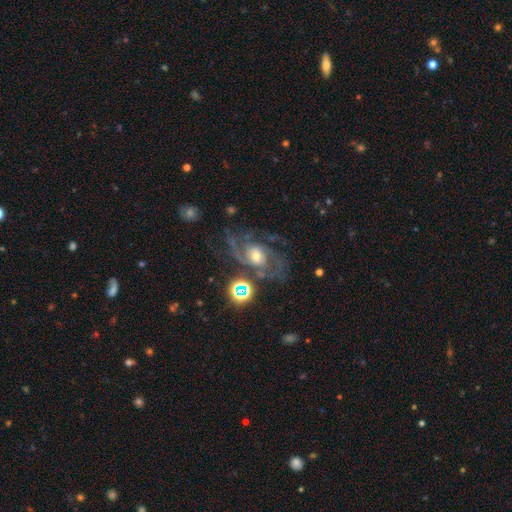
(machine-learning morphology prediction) Smooth or featured?
  - featured or disk: 83% *
  - star or artifact: 10%
  - smooth: 8%
Edge-on disk?
  - no: 97% *
  - yes: 3%
Bar?
  - no: 63% *
  - weak: 29%
  - strong: 8%
Spiral arms?
  - yes: 94% *
  - no: 6%
Spiral winding?
  - medium: 50% *
  - tight: 30%
  - loose: 20%
Spiral arm count?
  - 2: 49% *
  - can't tell: 18%
  - 3: 18%
  - 1: 6%
  - 4: 5%
  - more than 4: 4%
Bulge size?
  - moderate: 57% *
  - small: 34%
  - large: 6%
  - none: 2%
  - dominant: 1%
Merging?
  - none: 56% *
  - major disturbance: 21%
  - minor disturbance: 17%
  - merger: 6%